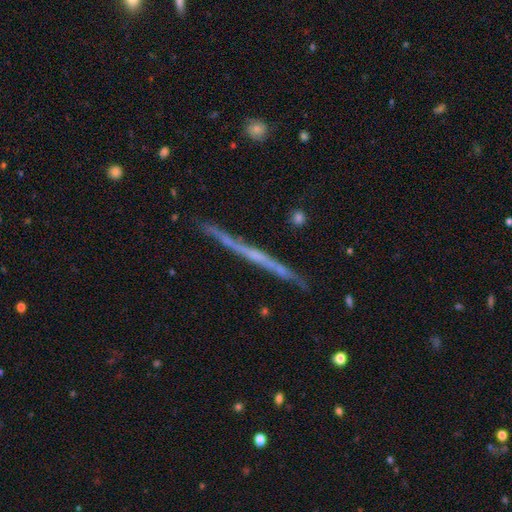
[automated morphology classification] This is likely a featured or disk galaxy (68%). It is clearly viewed edge-on (96%). Edge-on bulge: clearly none (82%). Merging: clearly none (83%).